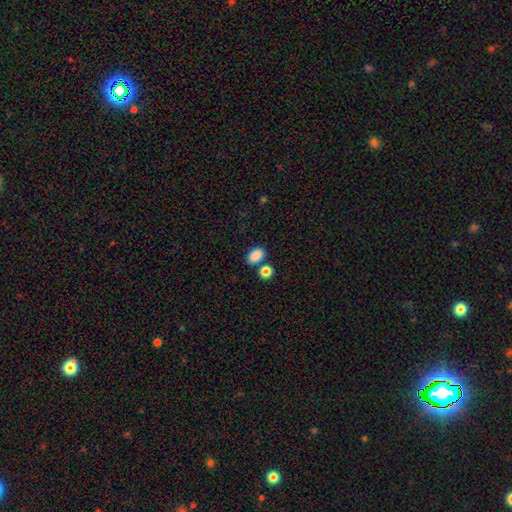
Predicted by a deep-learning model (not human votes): A smooth galaxy with no disk features (87%) that is in between round and cigar-shaped (82%).

Vote fractions:
- Smooth or featured? smooth: 87% / star or artifact: 9% / featured or disk: 4%
- How rounded? in between: 82% / round: 16% / cigar-shaped: 1%
- Merging? none: 72% / merger: 14% / minor disturbance: 10% / major disturbance: 3%